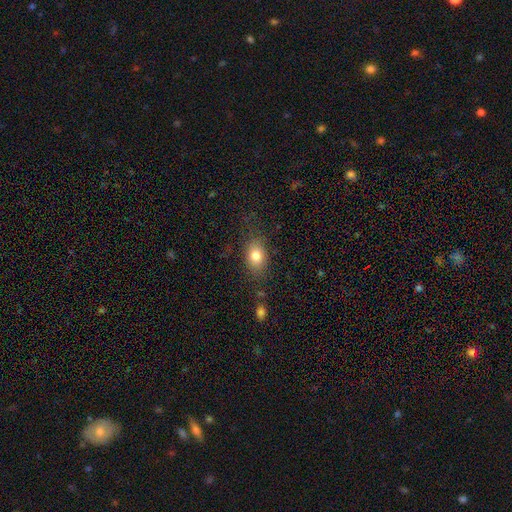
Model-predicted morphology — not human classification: Overall: smooth (80%). How rounded: in between (78%). Merging: none (76%).